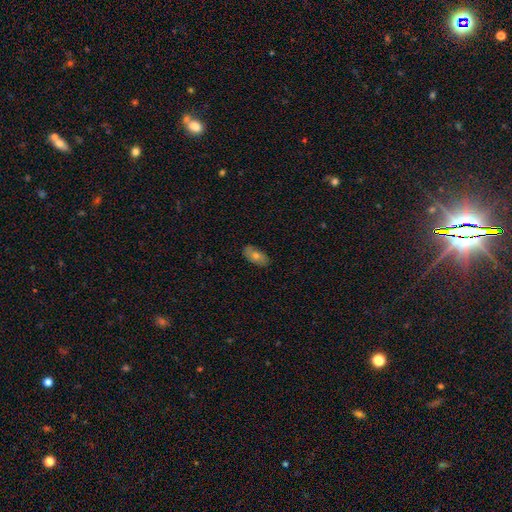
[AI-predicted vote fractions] A smooth galaxy with no disk features (63%) that is in between round and cigar-shaped (90%). Merging: none (84%).